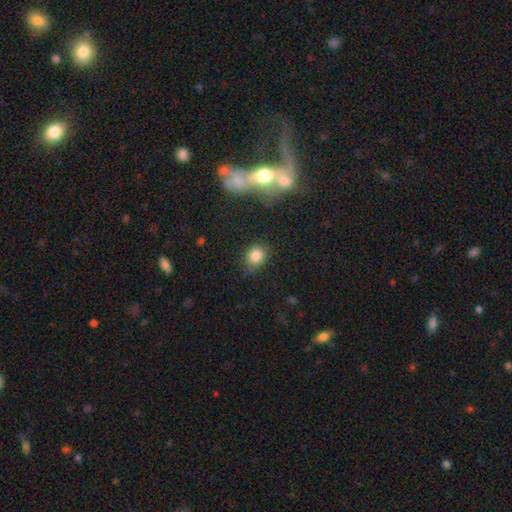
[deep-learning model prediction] The model was most divided on "how rounded": round: 67%, in between: 31%, cigar-shaped: 1%. More confident: smooth or featured — smooth (82%); merging — none (72%).